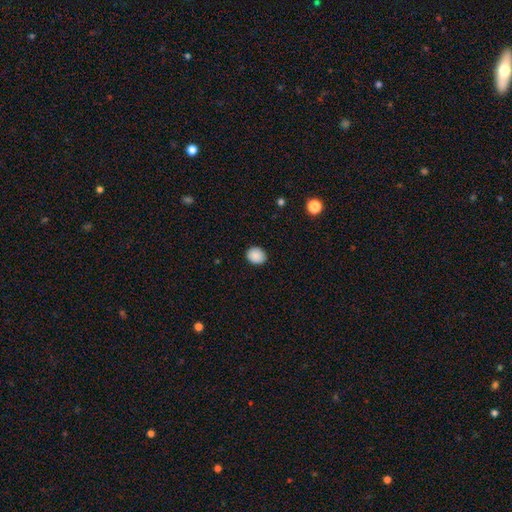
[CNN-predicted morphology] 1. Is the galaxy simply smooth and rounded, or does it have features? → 89% smooth, 8% star or artifact, 3% featured or disk.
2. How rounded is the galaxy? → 65% round, 34% in between, 1% cigar-shaped.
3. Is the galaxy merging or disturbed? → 88% none, 9% minor disturbance, 2% major disturbance, 1% merger.